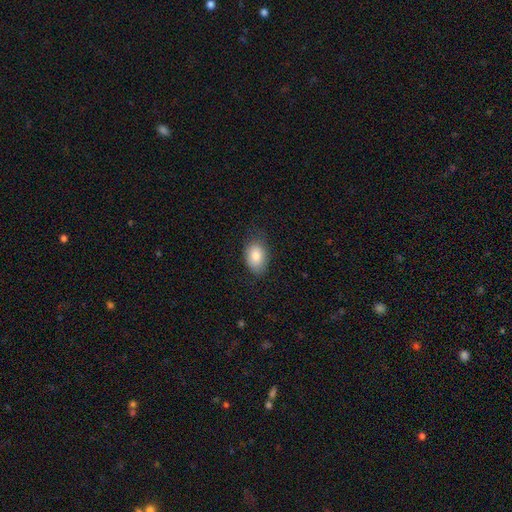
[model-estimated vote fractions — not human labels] Q: Smooth or featured?
A: smooth (83%); runner-up: featured or disk (9%)
Q: How rounded?
A: in between (85%); runner-up: round (14%)
Q: Merging?
A: none (72%); runner-up: minor disturbance (21%)